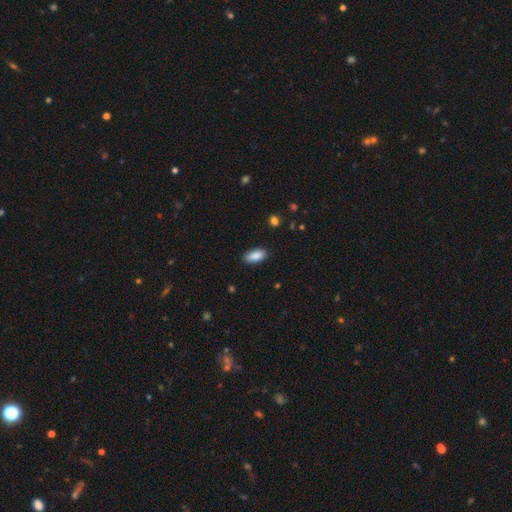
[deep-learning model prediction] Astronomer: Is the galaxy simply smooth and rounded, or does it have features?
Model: smooth — 89%.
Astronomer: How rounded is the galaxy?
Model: in between — 92%.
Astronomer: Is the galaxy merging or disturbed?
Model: none — 86%.